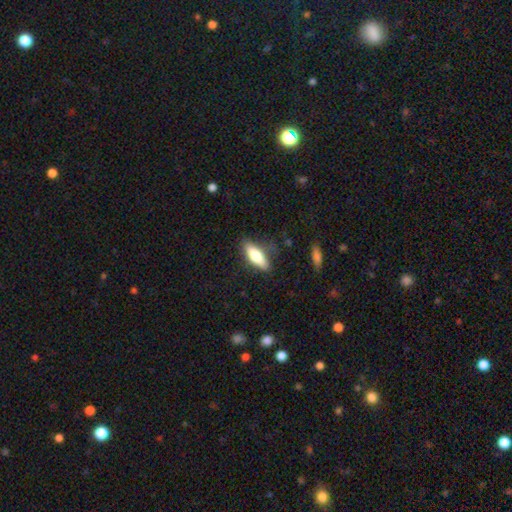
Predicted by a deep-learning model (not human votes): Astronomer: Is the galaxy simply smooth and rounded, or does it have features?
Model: smooth — 70%.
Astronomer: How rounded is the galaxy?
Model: in between — 57% (runner-up: cigar-shaped, 41%).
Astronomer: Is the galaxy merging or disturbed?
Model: none — 78%.